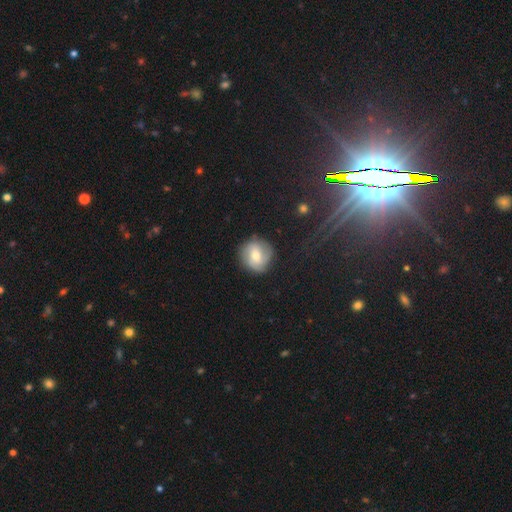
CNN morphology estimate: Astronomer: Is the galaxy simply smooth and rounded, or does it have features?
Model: featured or disk — 52% (runner-up: smooth, 39%).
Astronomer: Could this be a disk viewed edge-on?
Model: no — 97%.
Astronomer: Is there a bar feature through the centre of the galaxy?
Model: no — 48% (runner-up: weak, 41%).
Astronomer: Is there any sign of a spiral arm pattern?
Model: yes — 84%.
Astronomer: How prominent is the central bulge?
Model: moderate — 65%.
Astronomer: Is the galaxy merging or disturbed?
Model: none — 78%.